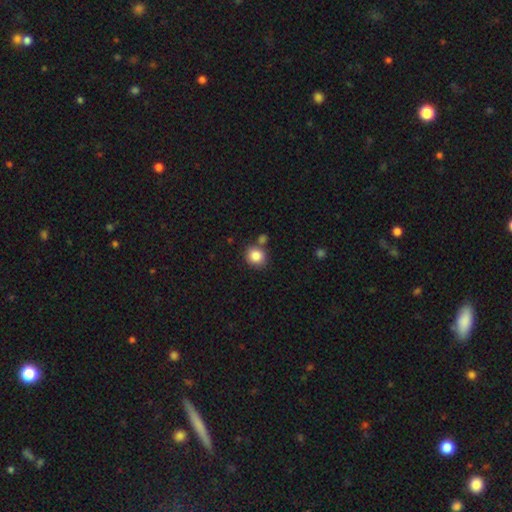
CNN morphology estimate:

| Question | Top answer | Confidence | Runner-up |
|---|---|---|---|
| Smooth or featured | smooth | 86% | star or artifact (9%) |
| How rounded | round | 79% | in between (20%) |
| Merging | none | 68% | merger (17%) |